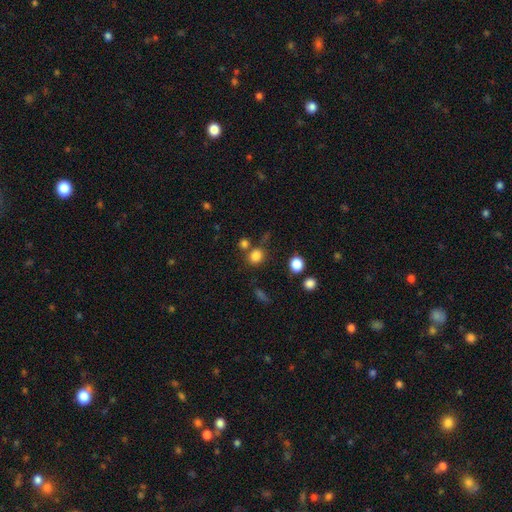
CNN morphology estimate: A smooth galaxy with no disk features (82%) that is round (79%).

Vote fractions:
- Smooth or featured? smooth: 82% / star or artifact: 13% / featured or disk: 5%
- How rounded? round: 79% / in between: 19% / cigar-shaped: 1%
- Merging? none: 70% / merger: 15% / minor disturbance: 11% / major disturbance: 4%